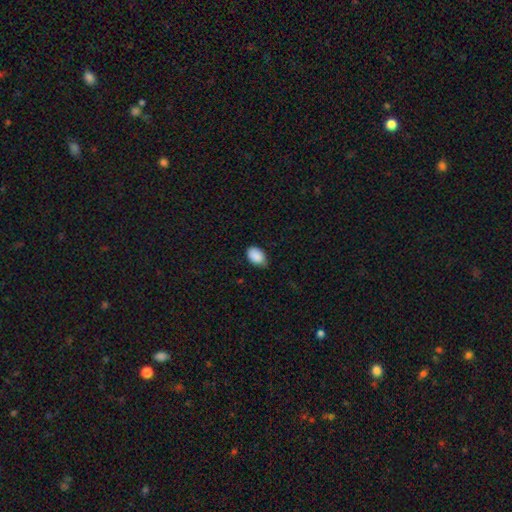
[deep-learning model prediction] Overall: smooth (90%). How rounded: in between (85%). Merging: none (68%).